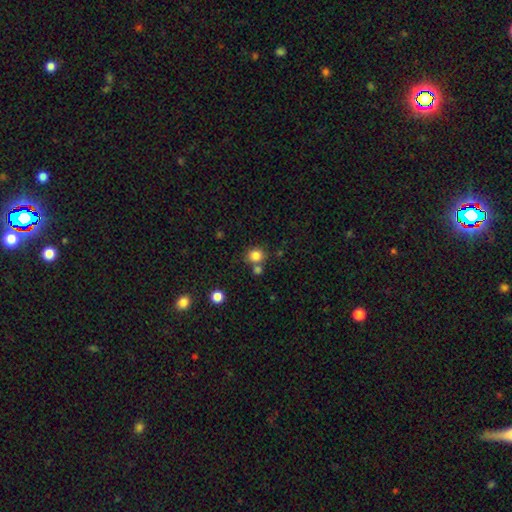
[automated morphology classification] Q: Smooth or featured?
A: smooth (83%); runner-up: star or artifact (12%)
Q: How rounded?
A: round (82%); runner-up: in between (18%)
Q: Merging?
A: none (68%); runner-up: merger (19%)